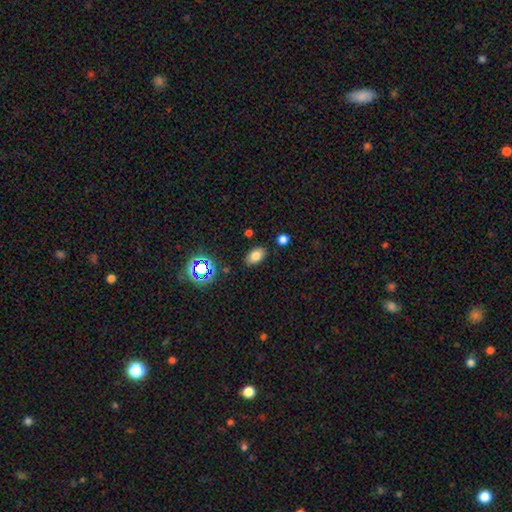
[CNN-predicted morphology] Q: Smooth or featured?
A: smooth (77%); runner-up: star or artifact (15%)
Q: How rounded?
A: in between (90%); runner-up: round (8%)
Q: Merging?
A: none (84%); runner-up: minor disturbance (11%)